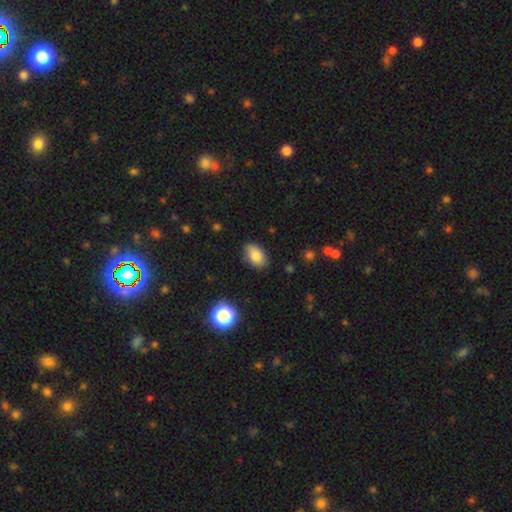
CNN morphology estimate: Smooth or featured? smooth (85%)
How rounded? in between (90%)
Merging? none (83%)